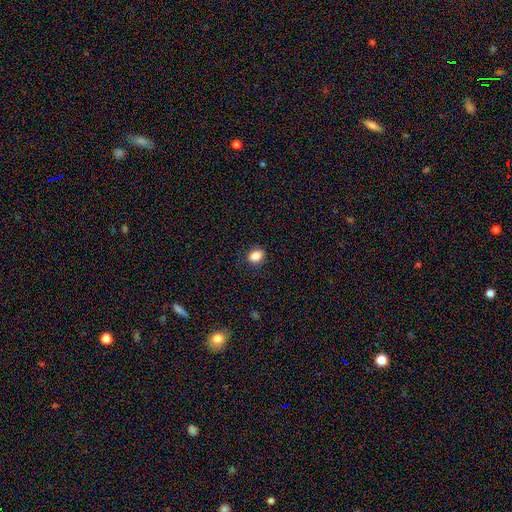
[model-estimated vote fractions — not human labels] Smooth or featured? Predicted: smooth (p=0.85). How rounded? Predicted: in between (p=0.50). Merging? Predicted: none (p=0.88).